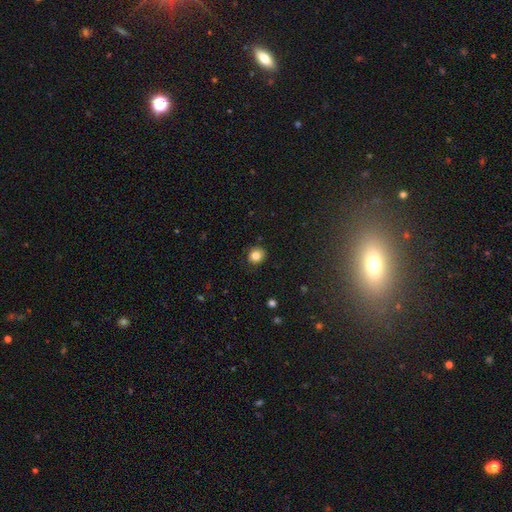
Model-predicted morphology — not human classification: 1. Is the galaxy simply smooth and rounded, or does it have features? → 82% smooth, 11% star or artifact, 8% featured or disk.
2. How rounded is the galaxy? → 83% round, 16% in between, 1% cigar-shaped.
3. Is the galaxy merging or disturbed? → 86% none, 11% minor disturbance, 2% major disturbance, 1% merger.